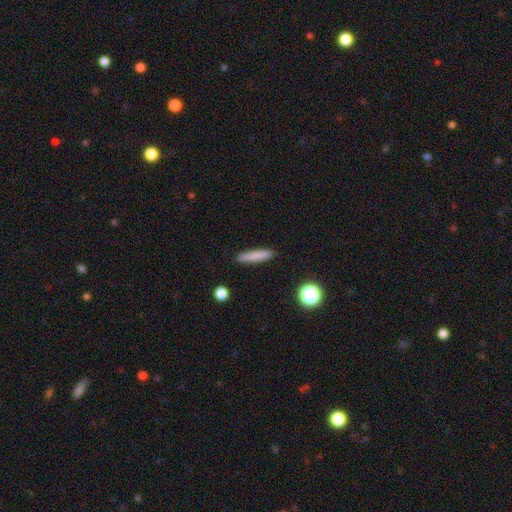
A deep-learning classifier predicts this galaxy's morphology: Smooth or featured? smooth (80%)
How rounded? cigar-shaped (88%)
Merging? none (89%)